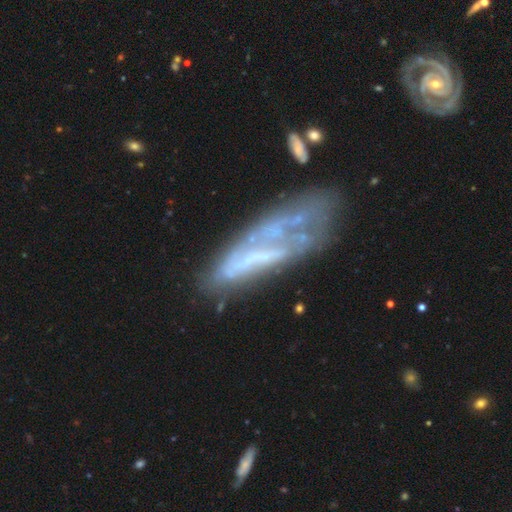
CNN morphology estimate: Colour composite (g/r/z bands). It shows a featured or disk galaxy (63%). Merging: none (40%).